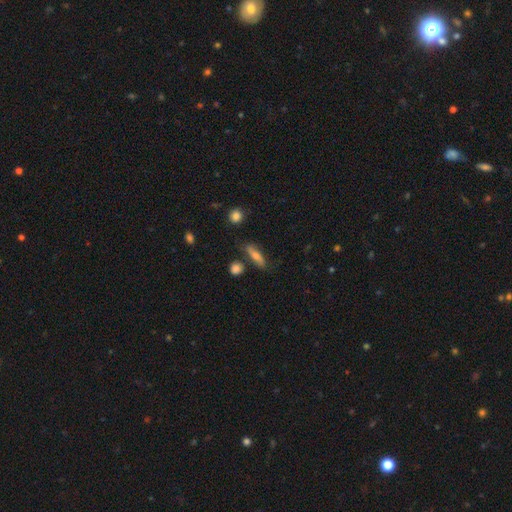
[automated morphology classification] This appears to be a smooth galaxy with no disk features (63%) that is cigar-shaped (57%). Merging: none (73%).